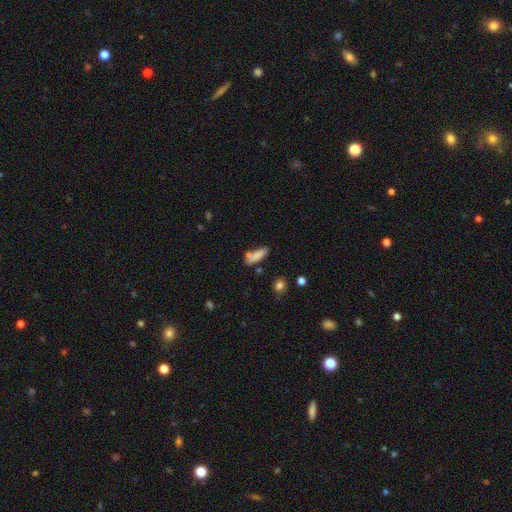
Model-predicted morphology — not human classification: Smooth or featured? Predicted: smooth (p=0.78). How rounded? Predicted: in between (p=0.53). Merging? Predicted: none (p=0.50).